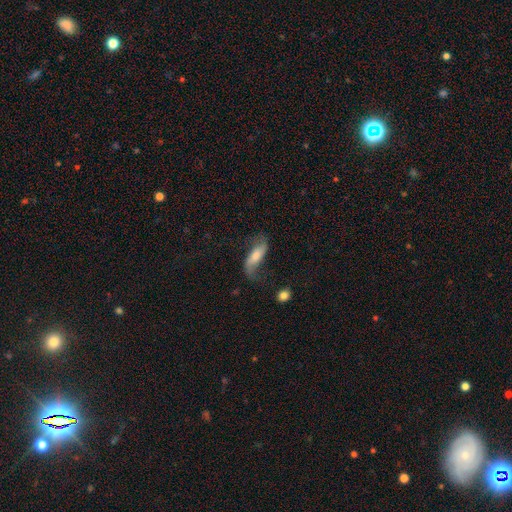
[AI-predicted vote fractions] This appears to be a featured or disk galaxy (60%) with no bar (45%), spiral arms (87%) and a moderate central bulge (46%). Merging: none (57%).